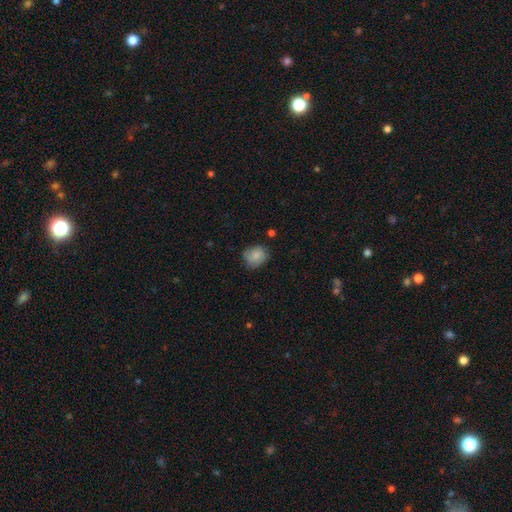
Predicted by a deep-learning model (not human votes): smooth_or_featured: smooth (p=0.79) [alt: featured or disk p=0.13]
how_rounded: round (p=0.68) [alt: in between p=0.31]
merging: none (p=0.68) [alt: minor disturbance p=0.25]